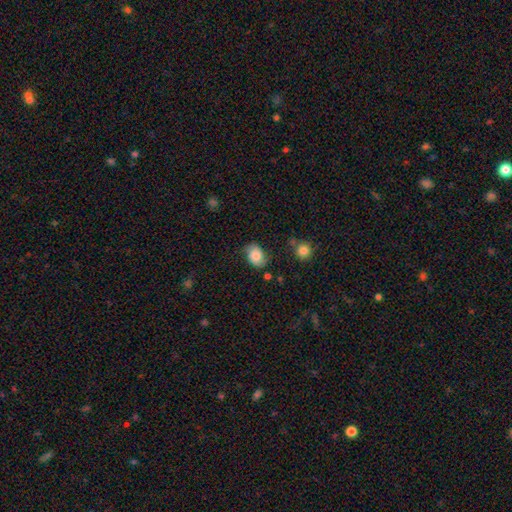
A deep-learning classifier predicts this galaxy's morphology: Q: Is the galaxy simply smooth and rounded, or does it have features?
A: smooth — 74%.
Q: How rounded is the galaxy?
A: in between — 75%.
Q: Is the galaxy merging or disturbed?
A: none — 66%.